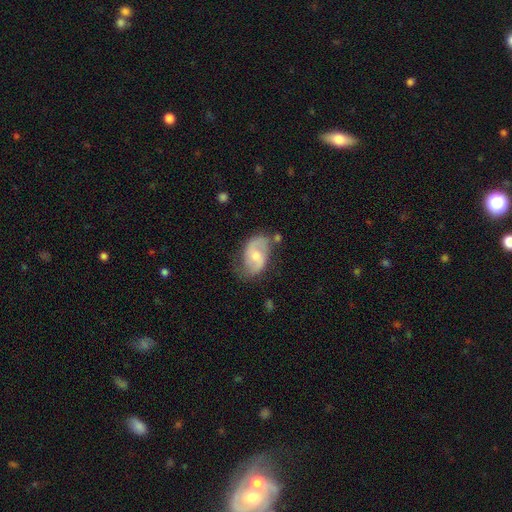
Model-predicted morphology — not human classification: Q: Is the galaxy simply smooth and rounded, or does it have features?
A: featured or disk — 76%.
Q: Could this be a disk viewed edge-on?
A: no — 97%.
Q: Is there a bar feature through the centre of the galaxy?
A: weak — 47%.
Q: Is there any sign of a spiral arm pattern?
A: yes — 92%.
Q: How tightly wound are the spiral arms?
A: medium — 46%.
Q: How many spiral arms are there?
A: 2 — 88%.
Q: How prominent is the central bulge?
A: moderate — 56%.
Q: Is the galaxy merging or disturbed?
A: none — 64%.